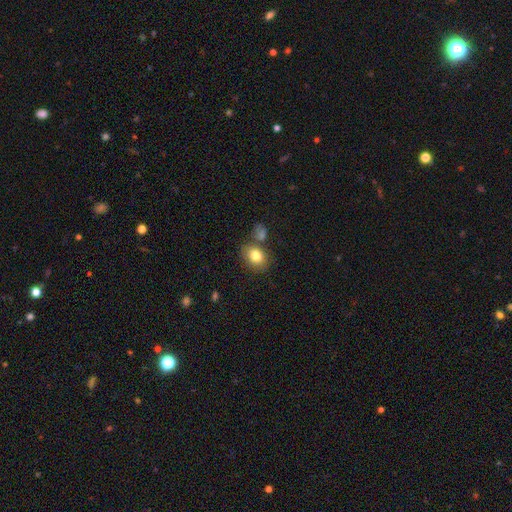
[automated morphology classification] type=smooth (81%); roundness=in between (51%); merging=none (66%).